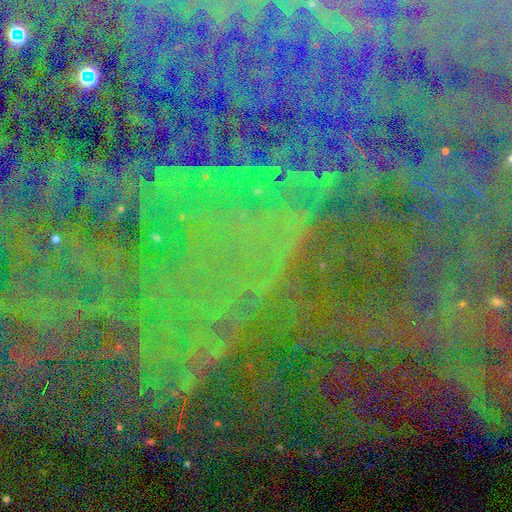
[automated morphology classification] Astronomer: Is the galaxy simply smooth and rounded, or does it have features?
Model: star or artifact — 86%.